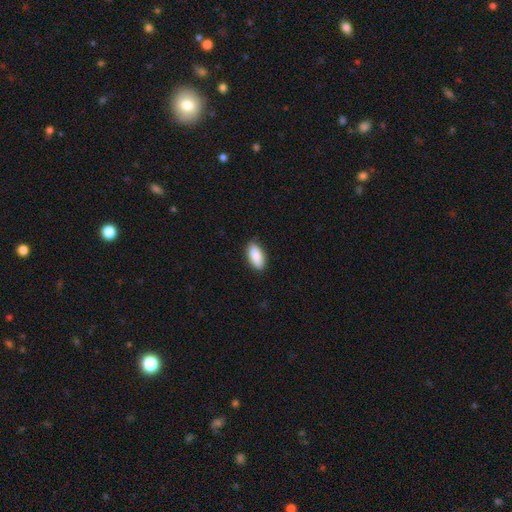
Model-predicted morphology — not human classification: smooth_or_featured: smooth (p=0.90) [alt: star or artifact p=0.06]
how_rounded: in between (p=0.89) [alt: cigar-shaped p=0.09]
merging: none (p=0.87) [alt: minor disturbance p=0.10]